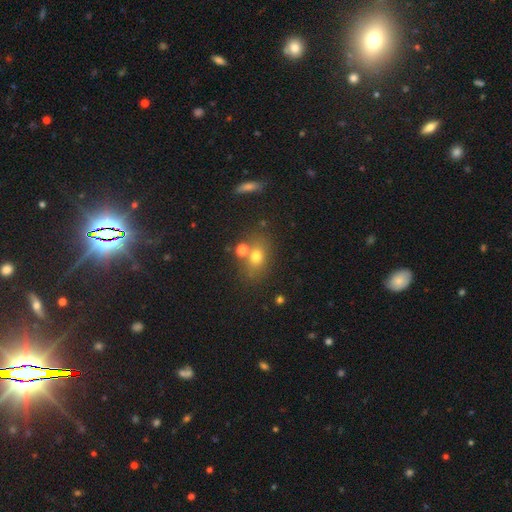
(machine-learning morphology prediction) This appears to be a smooth galaxy with no disk features (70%) that is in between round and cigar-shaped (55%). Merging: none (62%).